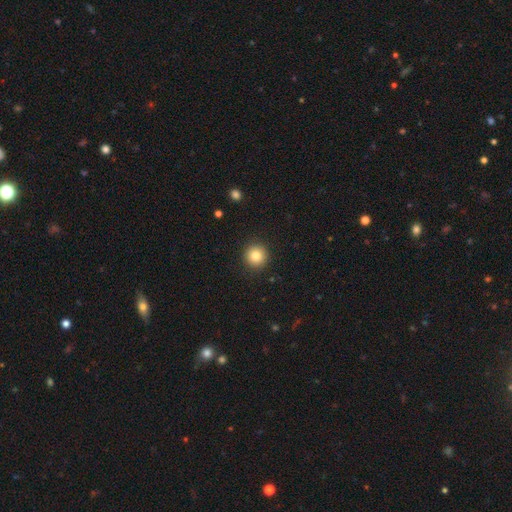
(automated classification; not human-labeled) Smooth or featured: smooth — 82% (star or artifact — 10%)
How rounded: round — 94% (in between — 5%)
Merging: none — 92% (minor disturbance — 5%)